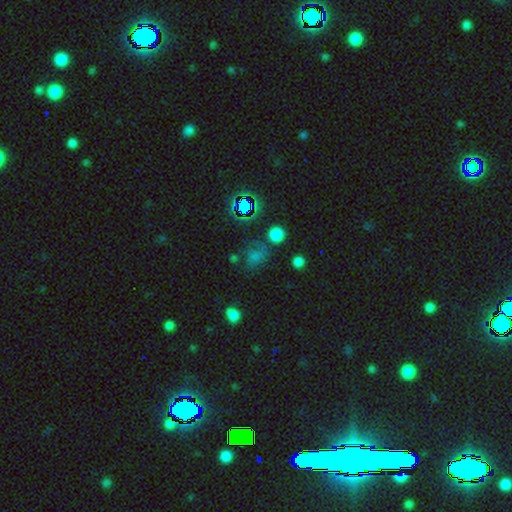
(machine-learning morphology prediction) Smooth or featured? Predicted: smooth (p=0.51). How rounded? Predicted: round (p=0.63). Merging? Predicted: none (p=0.55).